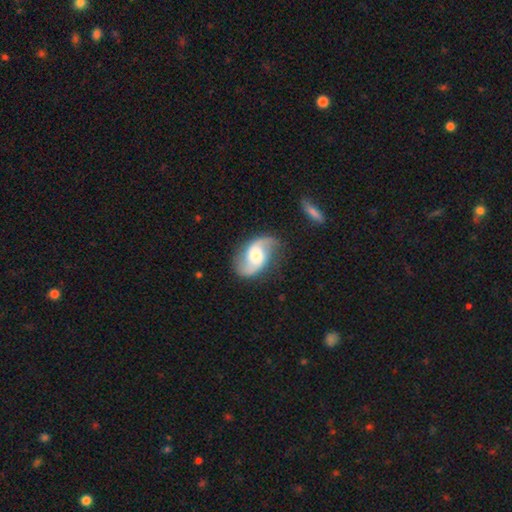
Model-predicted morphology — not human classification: Q: Smooth or featured?
A: featured or disk (84%); runner-up: smooth (11%)
Q: Edge-on disk?
A: no (97%); runner-up: yes (3%)
Q: Bar?
A: no (54%); runner-up: weak (35%)
Q: Spiral arms?
A: yes (96%); runner-up: no (4%)
Q: Spiral winding?
A: loose (56%); runner-up: medium (36%)
Q: Spiral arm count?
A: 2 (93%); runner-up: can't tell (2%)
Q: Bulge size?
A: moderate (54%); runner-up: small (27%)
Q: Merging?
A: none (78%); runner-up: minor disturbance (14%)